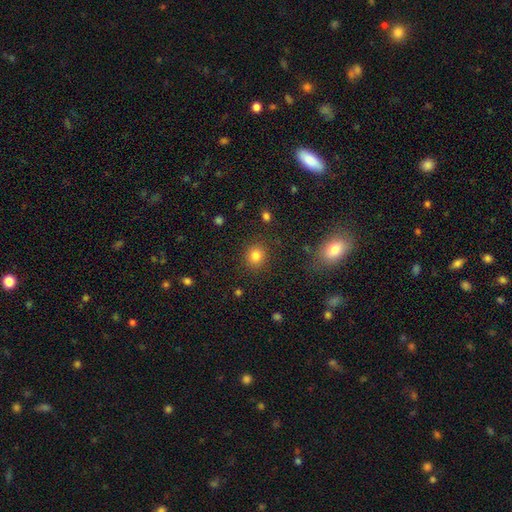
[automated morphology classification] This appears to be a smooth galaxy with no disk features (82%) that is round (83%). Merging: none (88%).